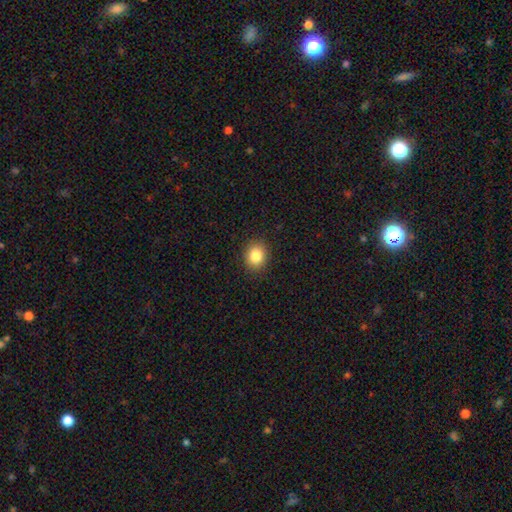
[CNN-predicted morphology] Smooth or featured? Predicted: smooth (p=0.84). How rounded? Predicted: round (p=0.65). Merging? Predicted: none (p=0.90).